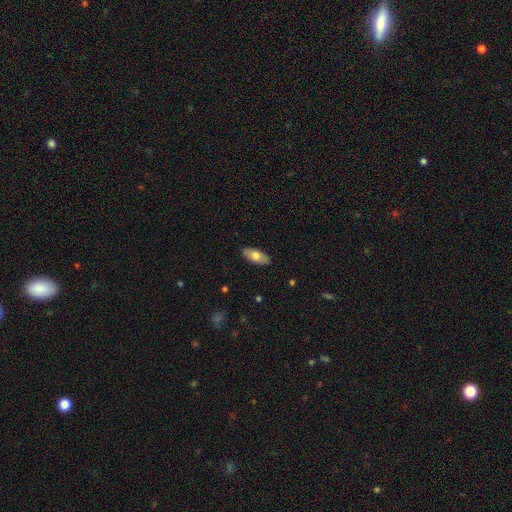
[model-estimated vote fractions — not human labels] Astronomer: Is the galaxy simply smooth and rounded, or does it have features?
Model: smooth — 72%.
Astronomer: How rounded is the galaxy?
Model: in between — 84%.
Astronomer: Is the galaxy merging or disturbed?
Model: none — 89%.